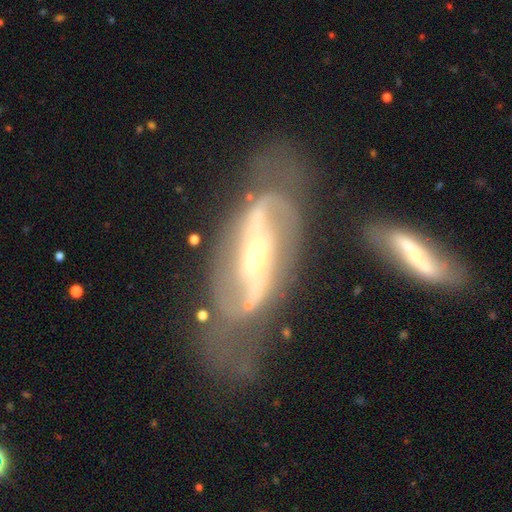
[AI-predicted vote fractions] Smooth or featured? Predicted: featured or disk (p=0.86). Edge-on disk? Predicted: no (p=0.92). Bar? Predicted: strong (p=0.56). Spiral arms? Predicted: yes (p=0.90). Spiral winding? Predicted: medium (p=0.43). Spiral arm count? Predicted: 2 (p=0.88). Bulge size? Predicted: moderate (p=0.48). Merging? Predicted: none (p=0.54).